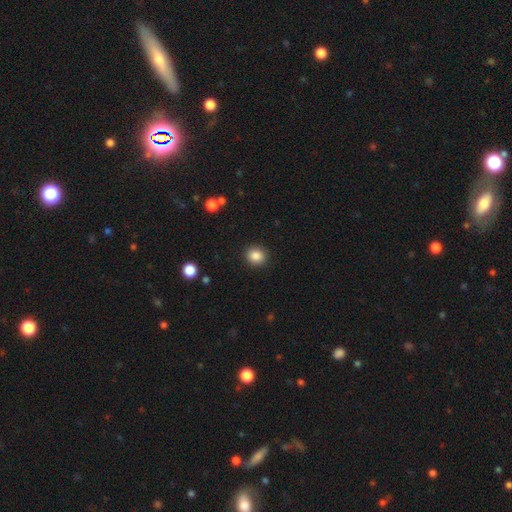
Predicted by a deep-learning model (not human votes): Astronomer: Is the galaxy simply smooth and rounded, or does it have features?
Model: smooth — 86%.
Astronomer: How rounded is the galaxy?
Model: round — 84%.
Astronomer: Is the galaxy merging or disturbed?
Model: none — 91%.